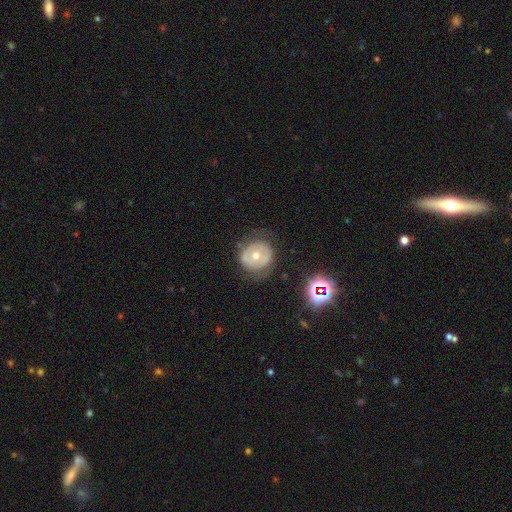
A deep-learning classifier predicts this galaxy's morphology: featured or disk 49%, smooth 43%, star or artifact 9%. Down the decision tree: merging — none (67%).